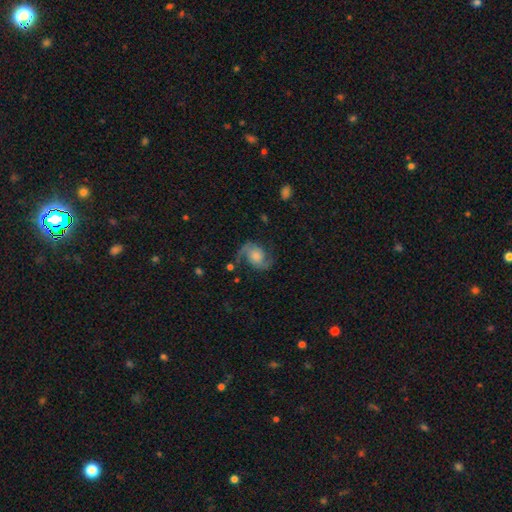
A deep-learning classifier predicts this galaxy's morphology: Smooth or featured?
  - featured or disk: 80% *
  - smooth: 13%
  - star or artifact: 7%
Edge-on disk?
  - no: 98% *
  - yes: 2%
Bar?
  - no: 70% *
  - weak: 25%
  - strong: 5%
Spiral arms?
  - yes: 96% *
  - no: 4%
Spiral winding?
  - loose: 48% *
  - medium: 42%
  - tight: 10%
Spiral arm count?
  - 2: 92% *
  - 1: 3%
  - can't tell: 2%
  - 3: 1%
  - 4: 1%
  - more than 4: 1%
Bulge size?
  - moderate: 28% * (tied)
  - large: 28% * (tied)
  - small: 20%
  - none: 17%
  - dominant: 6%
Merging?
  - none: 70% *
  - minor disturbance: 17%
  - major disturbance: 11%
  - merger: 2%